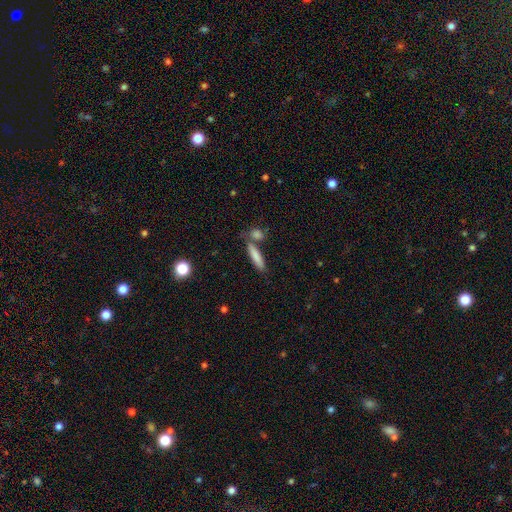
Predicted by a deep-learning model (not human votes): The model was most divided on "merging": none: 69%, merger: 17%, minor disturbance: 11%, major disturbance: 3%. More confident: smooth or featured — smooth (80%); how rounded — cigar-shaped (79%).